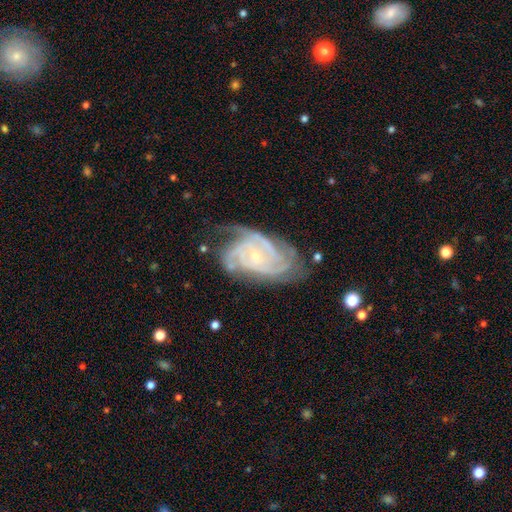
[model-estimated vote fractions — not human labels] featured or disk 91%, star or artifact 5%, smooth 4%. Down the decision tree: edge-on disk — no (97%); bar — no (63%); spiral arms — yes (98%); spiral arm count — 3 (31%); spiral winding — tight (68%); bulge size — small (75%); merging — none (64%).